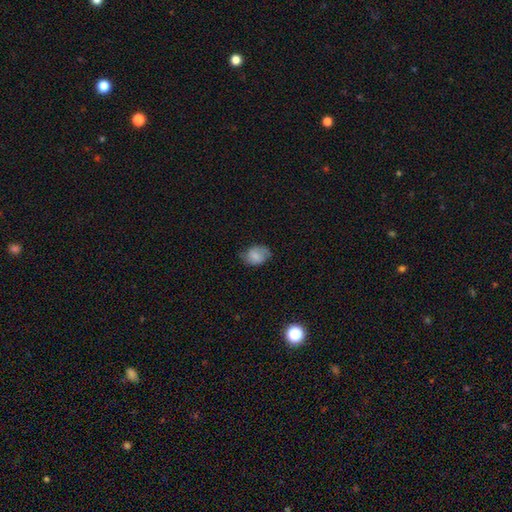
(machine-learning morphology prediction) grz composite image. It shows a smooth galaxy with no disk features (74%) that is in between round and cigar-shaped (70%). Merging: none (63%).